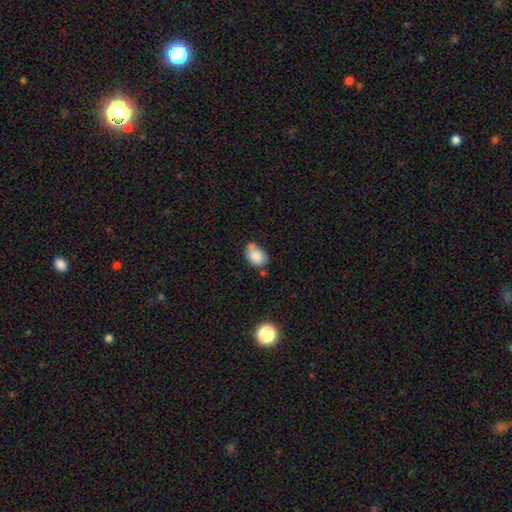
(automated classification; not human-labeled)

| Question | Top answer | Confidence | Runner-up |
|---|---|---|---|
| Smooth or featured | smooth | 83% | star or artifact (9%) |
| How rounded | in between | 72% | round (26%) |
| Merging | none | 50% | minor disturbance (29%) |